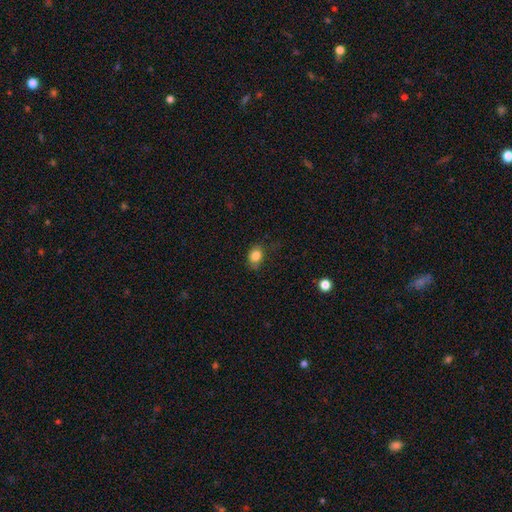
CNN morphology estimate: type=smooth (84%); roundness=in between (53%); merging=none (65%).